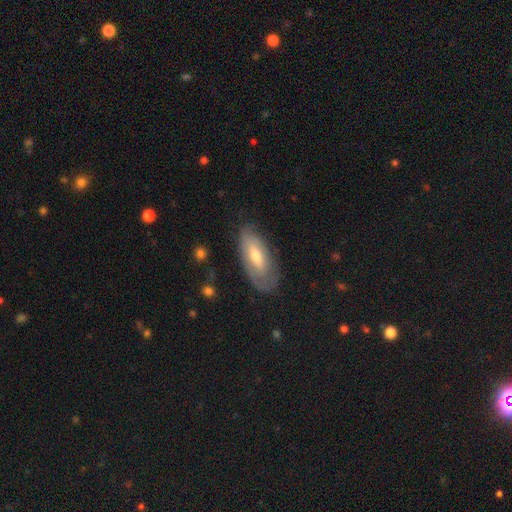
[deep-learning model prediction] Morphology: type=smooth (49%); merging=none (70%).